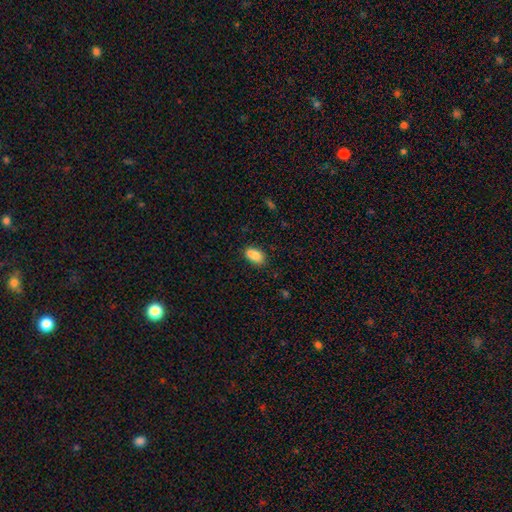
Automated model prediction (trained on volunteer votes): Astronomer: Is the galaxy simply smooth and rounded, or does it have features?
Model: smooth — 81%.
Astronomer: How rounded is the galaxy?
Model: in between — 86%.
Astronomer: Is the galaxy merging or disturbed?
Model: none — 55%.